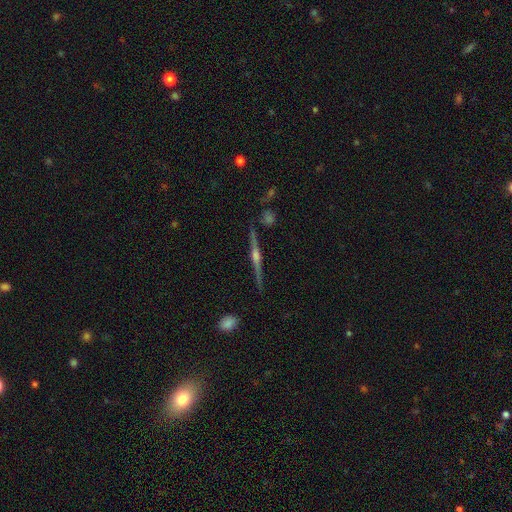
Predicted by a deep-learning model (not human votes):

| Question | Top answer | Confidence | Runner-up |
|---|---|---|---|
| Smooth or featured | featured or disk | 84% | smooth (10%) |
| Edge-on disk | yes | 98% | no (2%) |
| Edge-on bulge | rounded | 89% | boxy (7%) |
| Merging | none | 89% | minor disturbance (7%) |